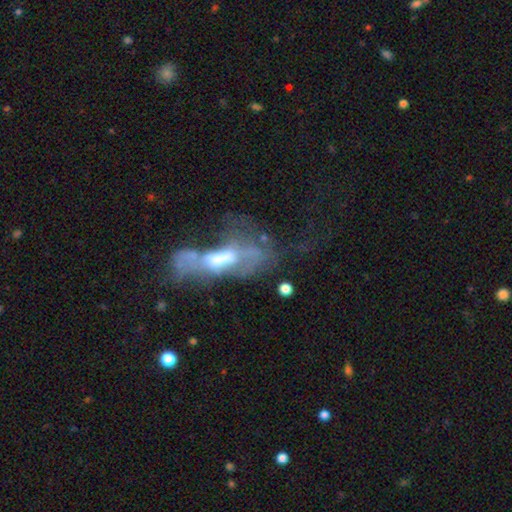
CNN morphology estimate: type=featured or disk (64%); edge-on=no (78%); bar=no (53%); spiral arms=no (63%); bulge=moderate (53%); merging=major disturbance (39%).